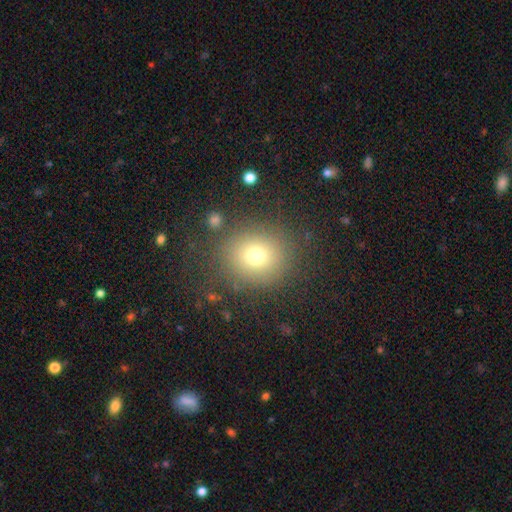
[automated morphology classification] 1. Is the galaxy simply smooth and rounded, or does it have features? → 72% smooth, 16% star or artifact, 12% featured or disk.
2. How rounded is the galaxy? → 83% round, 16% in between, 1% cigar-shaped.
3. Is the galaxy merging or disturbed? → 82% none, 10% minor disturbance, 6% major disturbance, 3% merger.